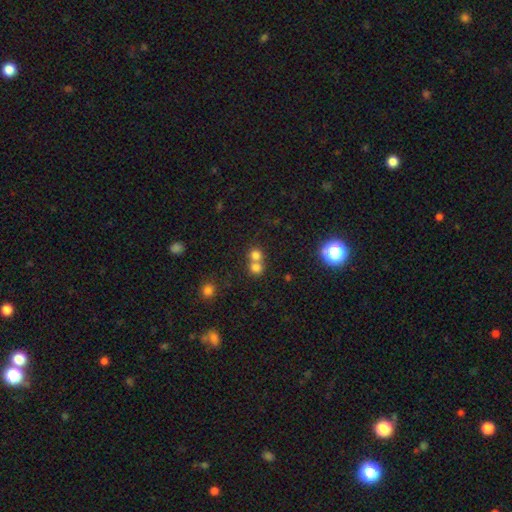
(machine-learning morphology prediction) Smooth or featured?
  - smooth: 73% *
  - star or artifact: 17%
  - featured or disk: 10%
How rounded?
  - round: 84% *
  - in between: 15%
  - cigar-shaped: 1%
Merging?
  - merger: 55% *
  - none: 38%
  - minor disturbance: 5%
  - major disturbance: 2%